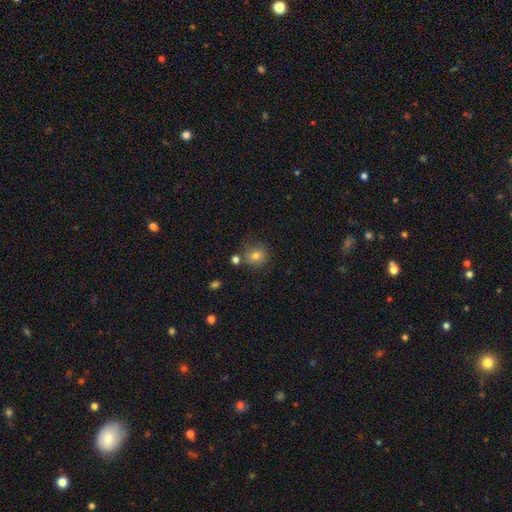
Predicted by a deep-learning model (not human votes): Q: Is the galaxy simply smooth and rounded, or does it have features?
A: smooth — 78%.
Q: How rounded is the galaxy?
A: round — 84%.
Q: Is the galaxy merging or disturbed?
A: none — 71%.